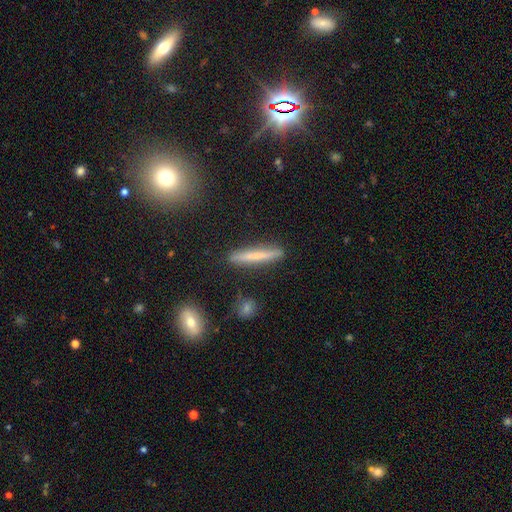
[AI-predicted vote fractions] This is likely a smooth galaxy (62%). How rounded: clearly cigar-shaped (94%). Merging: clearly none (90%).